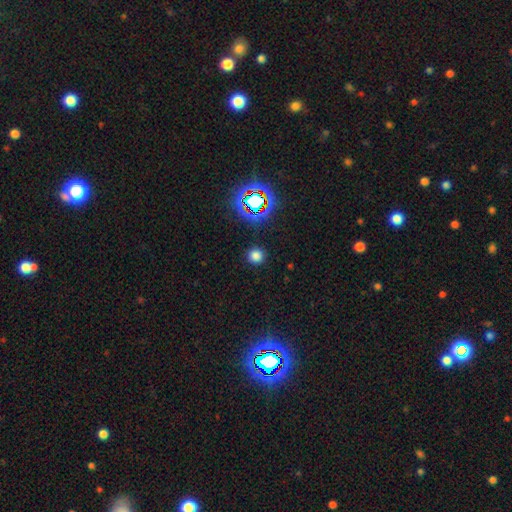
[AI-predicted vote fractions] Smooth or featured? Predicted: smooth (p=0.75). How rounded? Predicted: round (p=0.91). Merging? Predicted: none (p=0.89).